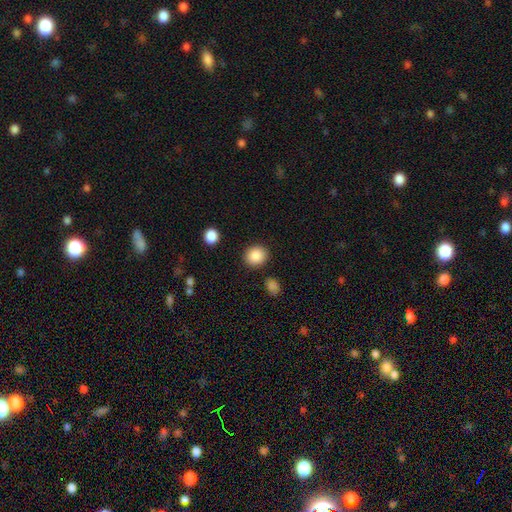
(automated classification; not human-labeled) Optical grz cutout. It shows a smooth galaxy with no disk features (88%) that is round (76%). Merging: none (88%).